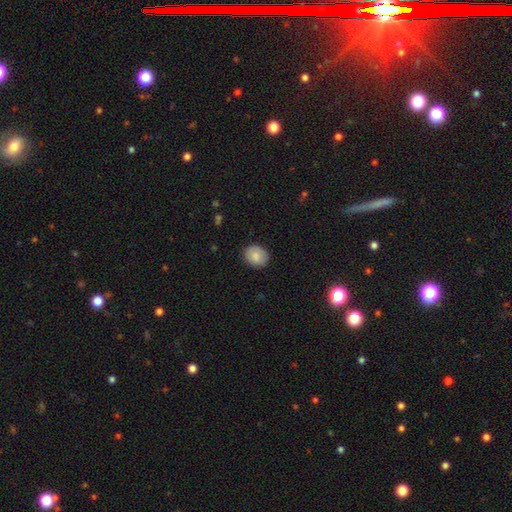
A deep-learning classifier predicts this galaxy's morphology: Smooth or featured: smooth — 81% (featured or disk — 11%)
How rounded: round — 63% (in between — 36%)
Merging: none — 85% (minor disturbance — 11%)